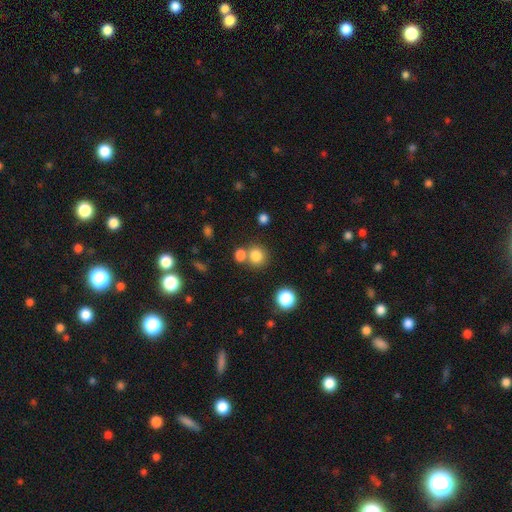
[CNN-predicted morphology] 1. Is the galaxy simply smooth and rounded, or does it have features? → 81% smooth, 13% star or artifact, 6% featured or disk.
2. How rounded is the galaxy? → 87% round, 12% in between, 1% cigar-shaped.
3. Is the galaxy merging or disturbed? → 63% none, 26% merger, 8% minor disturbance, 3% major disturbance.